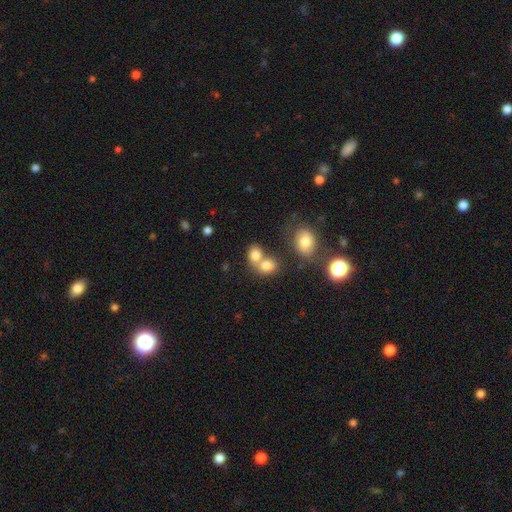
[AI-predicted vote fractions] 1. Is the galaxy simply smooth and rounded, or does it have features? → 77% smooth, 12% star or artifact, 11% featured or disk.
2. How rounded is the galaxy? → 51% round, 48% in between, 1% cigar-shaped.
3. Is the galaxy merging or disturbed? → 55% merger, 33% none, 8% minor disturbance, 4% major disturbance.